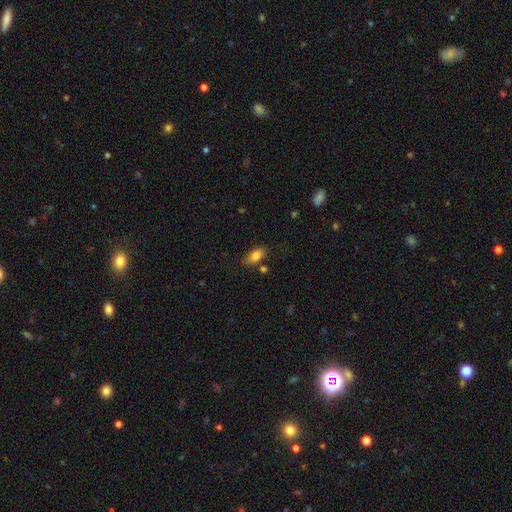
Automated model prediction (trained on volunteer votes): This is clearly a smooth galaxy (82%). How rounded: clearly in between (88%). Merging: likely none (73%).